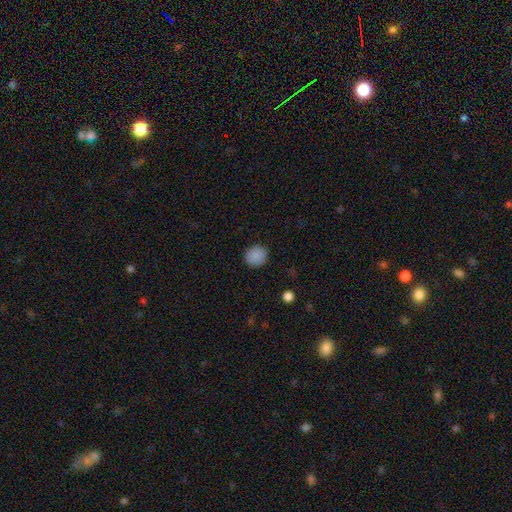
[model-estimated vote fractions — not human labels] This appears to be a smooth galaxy with no disk features (88%) that is round (86%). Merging: none (90%).